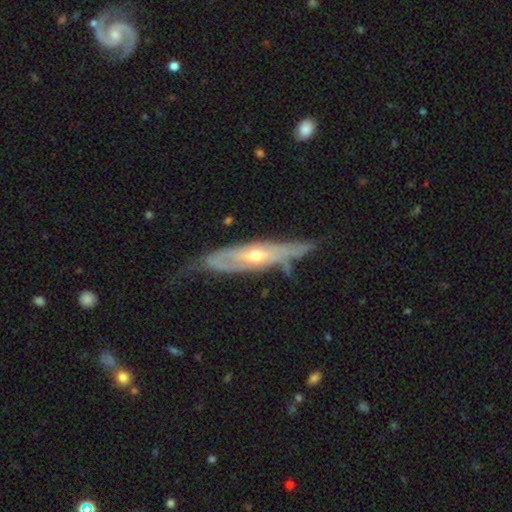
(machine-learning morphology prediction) This appears to be a featured or disk galaxy (74%) viewed edge-on (50%, tied with no). Merging: none (54%).